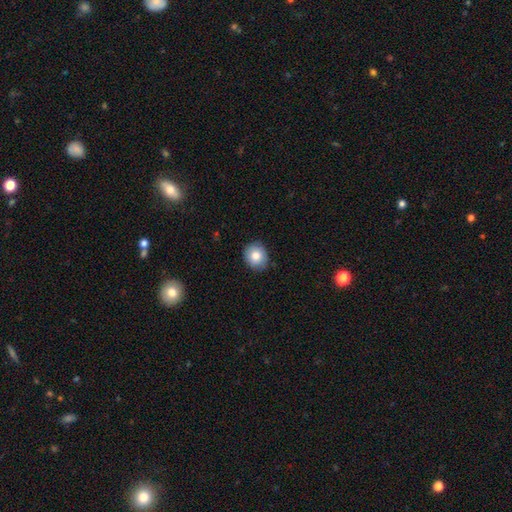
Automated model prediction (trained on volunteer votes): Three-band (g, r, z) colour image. It shows a smooth galaxy with no disk features (81%) that is round (76%). Merging: none (86%).